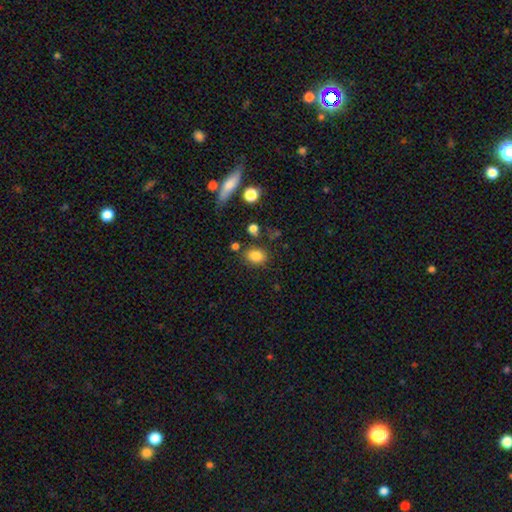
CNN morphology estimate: Overall: smooth (83%). How rounded: in between (59%; round 40%). Merging: none (77%).